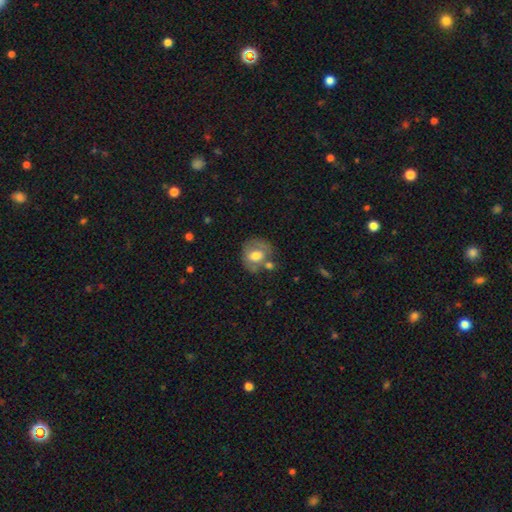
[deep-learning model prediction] This is possibly a smooth galaxy (58%). How rounded: likely round (64%). Merging: possibly none (49%).